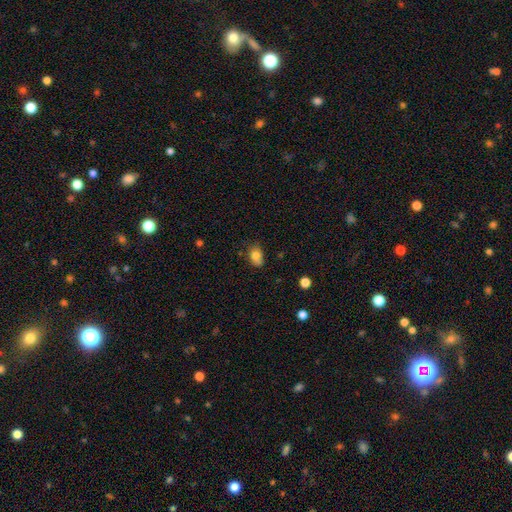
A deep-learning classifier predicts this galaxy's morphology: Q: Smooth or featured?
A: smooth (80%); runner-up: featured or disk (10%)
Q: How rounded?
A: in between (72%); runner-up: round (26%)
Q: Merging?
A: none (62%); runner-up: minor disturbance (27%)